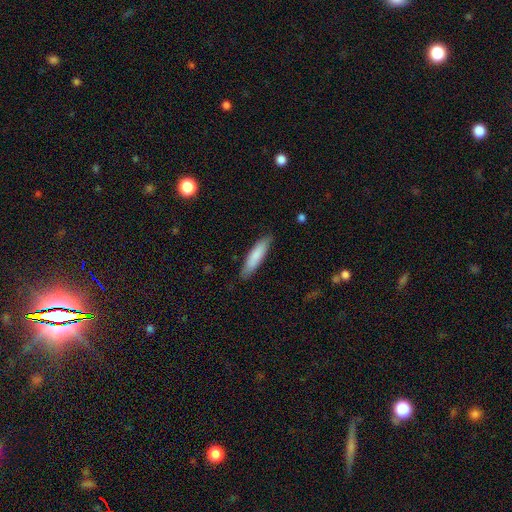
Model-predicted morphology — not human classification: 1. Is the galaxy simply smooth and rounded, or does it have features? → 82% smooth, 13% featured or disk, 5% star or artifact.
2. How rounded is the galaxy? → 78% cigar-shaped, 21% in between, 1% round.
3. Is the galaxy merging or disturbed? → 86% none, 11% minor disturbance, 2% major disturbance, 1% merger.